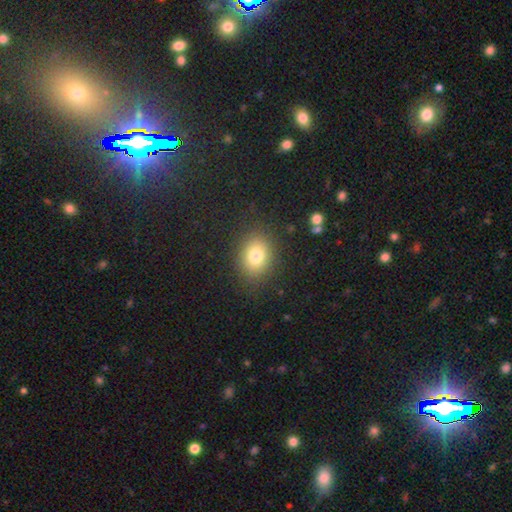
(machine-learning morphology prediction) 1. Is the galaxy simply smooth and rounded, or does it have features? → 79% smooth, 12% star or artifact, 9% featured or disk.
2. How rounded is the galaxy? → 54% in between, 45% round, 1% cigar-shaped.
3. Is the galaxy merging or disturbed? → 86% none, 9% minor disturbance, 4% major disturbance, 1% merger.